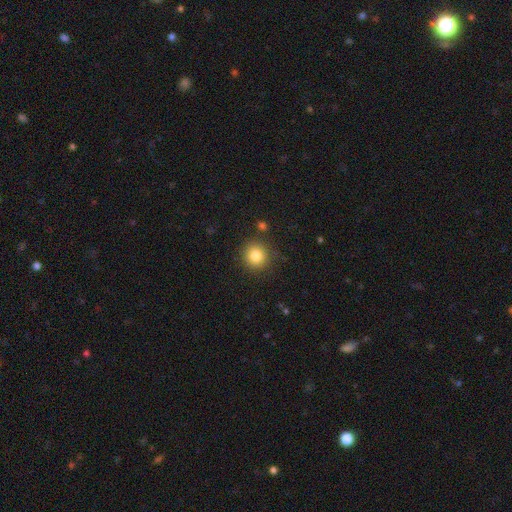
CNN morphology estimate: This is clearly a smooth galaxy (83%). How rounded: clearly round (93%). Merging: clearly none (88%).